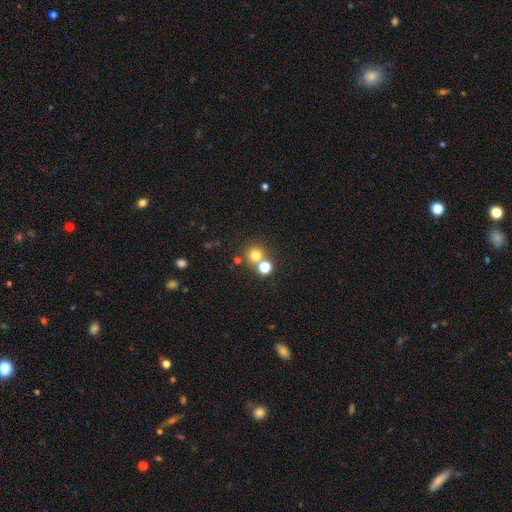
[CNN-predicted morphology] Smooth or featured: smooth — 73% (star or artifact — 18%)
How rounded: round — 91% (in between — 8%)
Merging: none — 64% (merger — 26%)